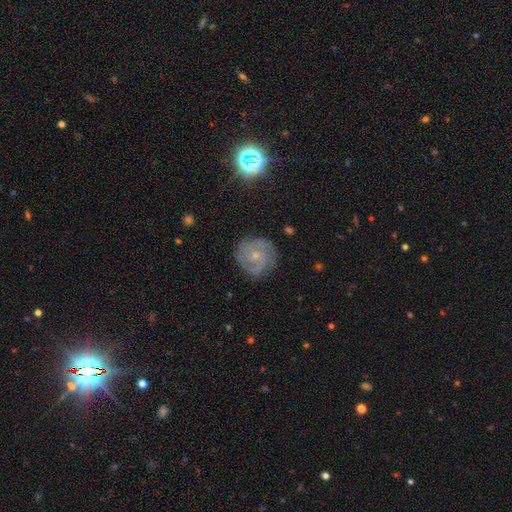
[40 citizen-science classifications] featured or disk 88%, smooth 8%, star or artifact 5%. Down the decision tree: edge-on disk — no (94%); bar — no (91%); spiral arms — yes (97%); spiral arm count — 3 (34%); spiral winding — tight (56%); bulge size — small (79%); merging — none (89%).